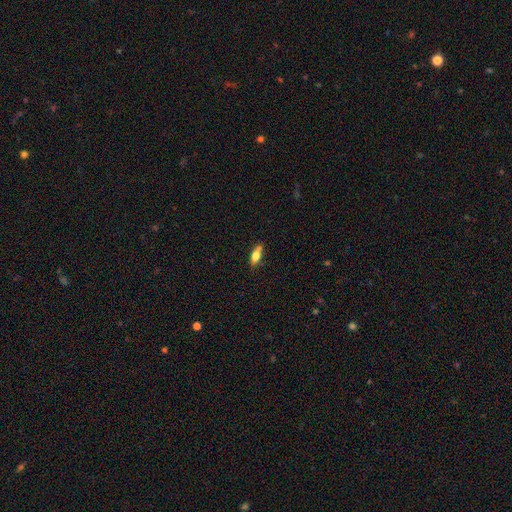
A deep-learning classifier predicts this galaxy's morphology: The model was most divided on "how rounded": in between: 61%, cigar-shaped: 36%, round: 3%. More confident: merging — none (69%); smooth or featured — smooth (67%).